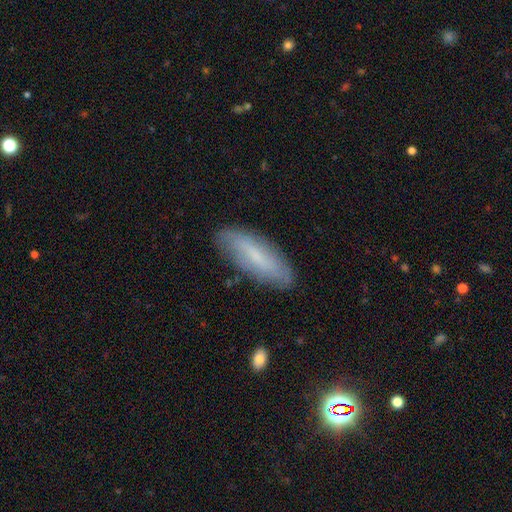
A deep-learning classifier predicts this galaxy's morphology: Smooth or featured?
  - smooth: 58% *
  - featured or disk: 34%
  - star or artifact: 8%
How rounded?
  - in between: 54% *
  - cigar-shaped: 44%
  - round: 2%
Merging?
  - none: 81% *
  - minor disturbance: 14%
  - major disturbance: 3%
  - merger: 1%